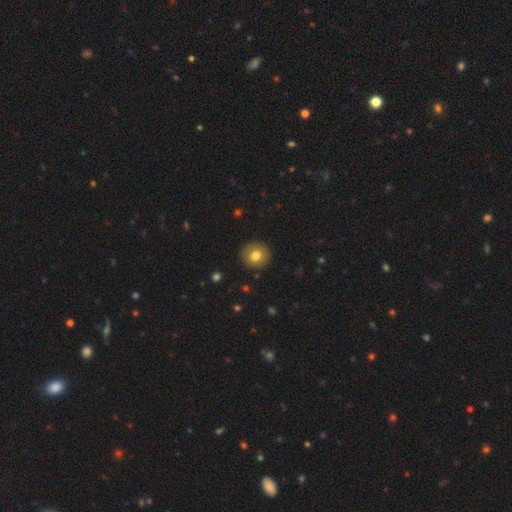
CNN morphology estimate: The model was most divided on "smooth or featured": smooth: 77%, featured or disk: 13%, star or artifact: 9%. More confident: how rounded — round (91%); merging — none (90%).